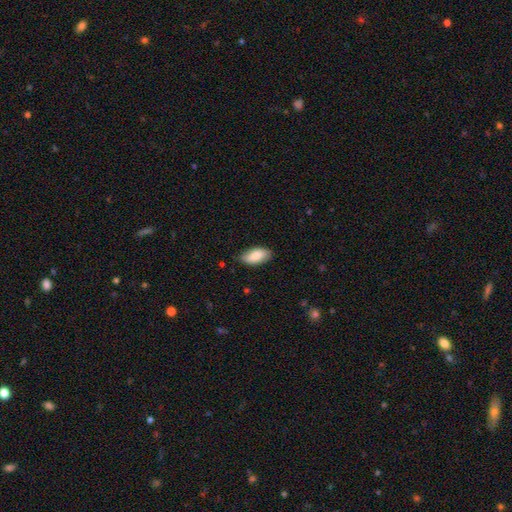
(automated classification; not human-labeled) The model was most divided on "merging": none: 81%, minor disturbance: 15%, major disturbance: 2%, merger: 1%. More confident: how rounded — in between (93%); smooth or featured — smooth (83%).